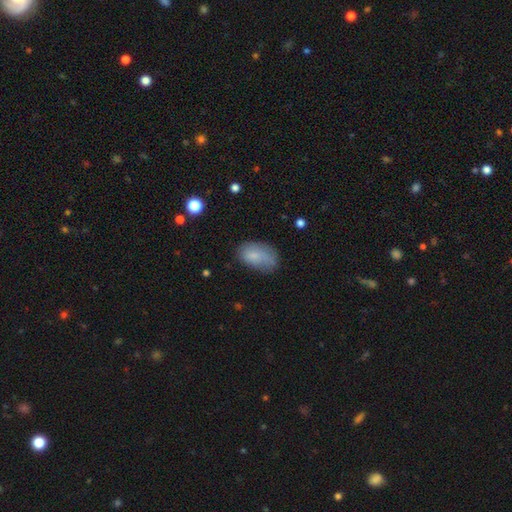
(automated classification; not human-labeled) A smooth galaxy with no disk features (78%) that is in between round and cigar-shaped (92%).

Vote fractions:
- Smooth or featured? smooth: 78% / featured or disk: 14% / star or artifact: 8%
- How rounded? in between: 92% / round: 6% / cigar-shaped: 2%
- Merging? none: 56% / minor disturbance: 31% / major disturbance: 11% / merger: 2%